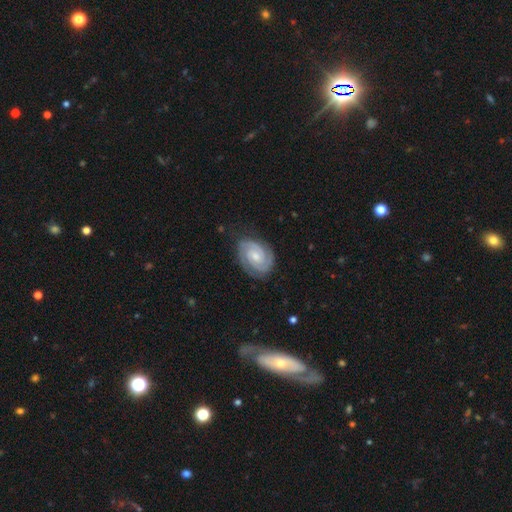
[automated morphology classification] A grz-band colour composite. It shows a featured or disk galaxy (85%) with no bar (58%), 2 (74%) tight (71%) spiral arms (98%) and a small central bulge (47%). Merging: none (79%).